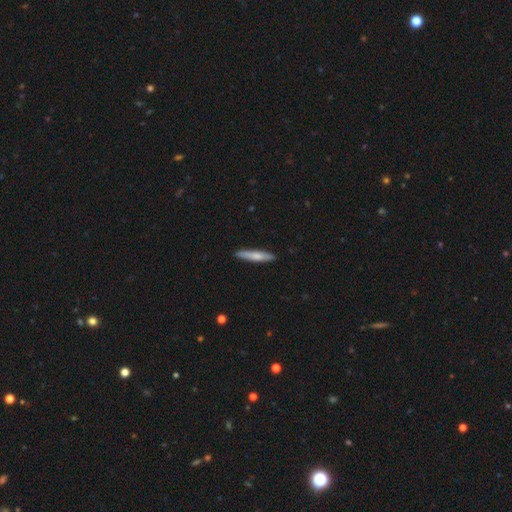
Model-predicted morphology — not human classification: The model was most divided on "smooth or featured": smooth: 69%, featured or disk: 26%, star or artifact: 5%. More confident: how rounded — cigar-shaped (91%); merging — none (90%).